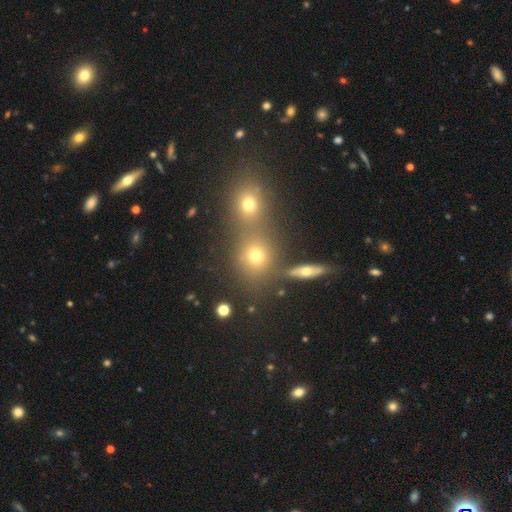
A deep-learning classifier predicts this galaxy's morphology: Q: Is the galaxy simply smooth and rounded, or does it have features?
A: smooth — 66%.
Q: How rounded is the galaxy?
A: round — 77%.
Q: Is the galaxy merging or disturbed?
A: none — 54%.